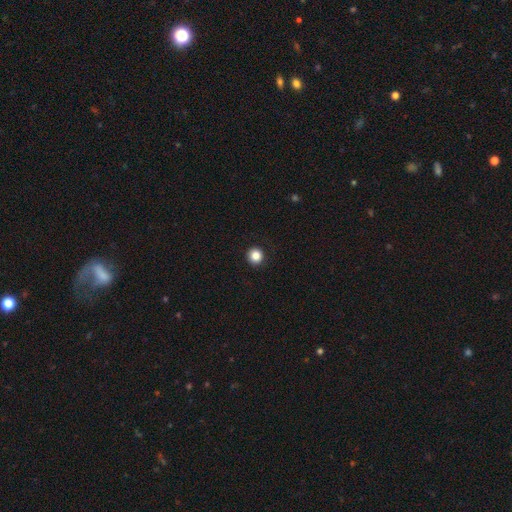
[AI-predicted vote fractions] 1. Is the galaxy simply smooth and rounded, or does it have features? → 86% smooth, 11% star or artifact, 4% featured or disk.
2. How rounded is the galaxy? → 95% round, 4% in between, 1% cigar-shaped.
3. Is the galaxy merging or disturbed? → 93% none, 4% minor disturbance, 2% major disturbance, 1% merger.